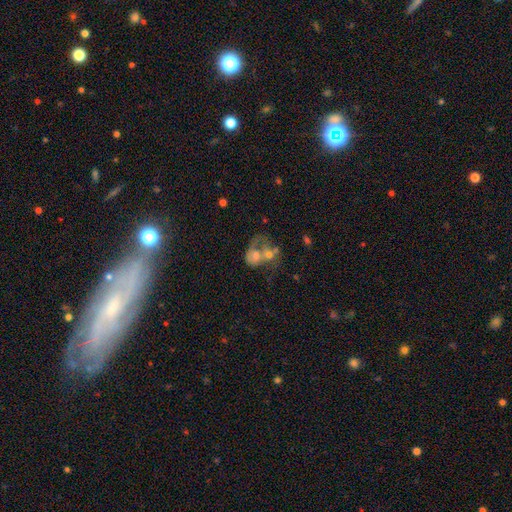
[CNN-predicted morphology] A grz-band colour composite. It shows a featured or disk galaxy (49%). Merging: merger (67%).